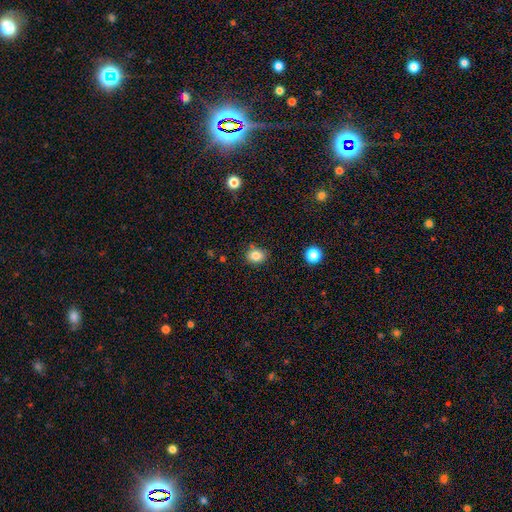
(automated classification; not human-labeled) This appears to be a smooth galaxy with no disk features (83%) that is round (61%). Merging: none (81%).